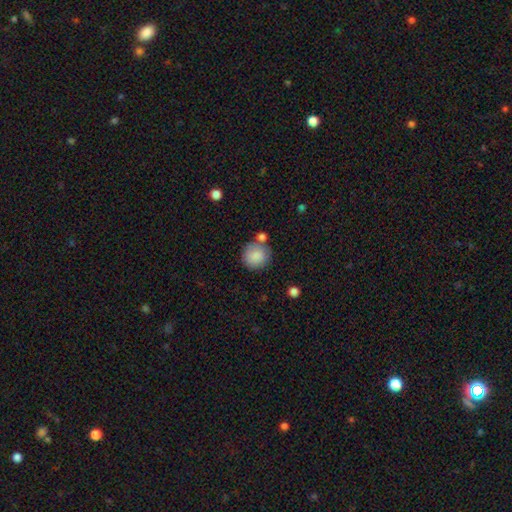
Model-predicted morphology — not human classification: Q: Smooth or featured?
A: smooth (86%); runner-up: star or artifact (7%)
Q: How rounded?
A: round (91%); runner-up: in between (8%)
Q: Merging?
A: none (70%); runner-up: merger (13%)